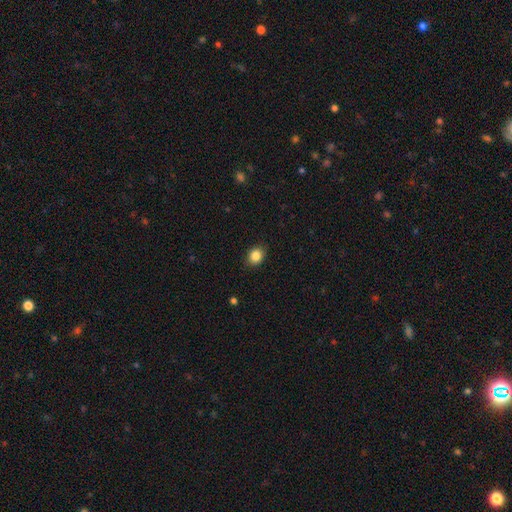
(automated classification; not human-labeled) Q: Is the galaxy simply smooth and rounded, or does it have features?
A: smooth — 86%.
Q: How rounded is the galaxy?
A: in between — 50%.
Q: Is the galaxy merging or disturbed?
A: none — 86%.